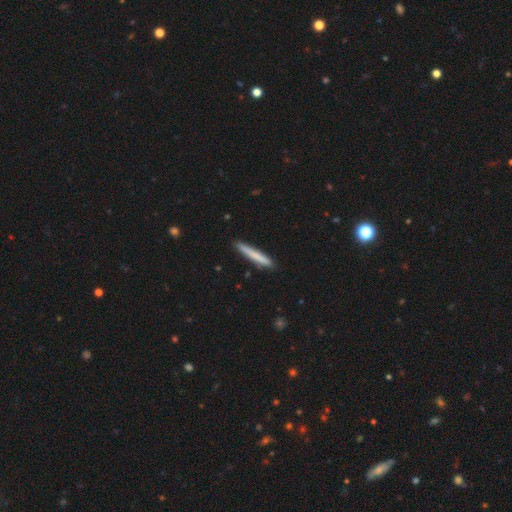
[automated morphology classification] A smooth galaxy with no disk features (75%) that is cigar-shaped (96%).

Vote fractions:
- Smooth or featured? smooth: 75% / featured or disk: 20% / star or artifact: 5%
- How rounded? cigar-shaped: 96% / in between: 3% / round: 1%
- Merging? none: 90% / minor disturbance: 7% / major disturbance: 1% / merger: 1%